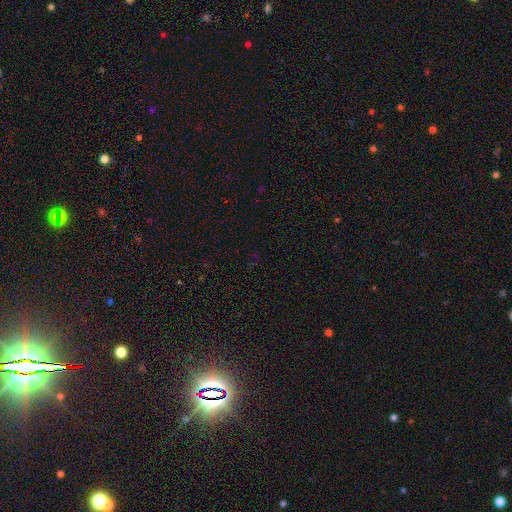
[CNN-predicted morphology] smooth-or-featured: star or artifact: 70% | smooth: 23% | featured or disk: 7%